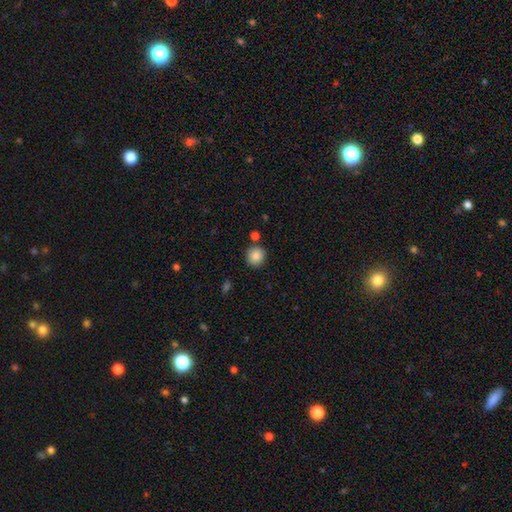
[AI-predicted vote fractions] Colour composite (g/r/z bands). It shows a smooth galaxy with no disk features (86%) that is round (90%). Merging: none (84%).